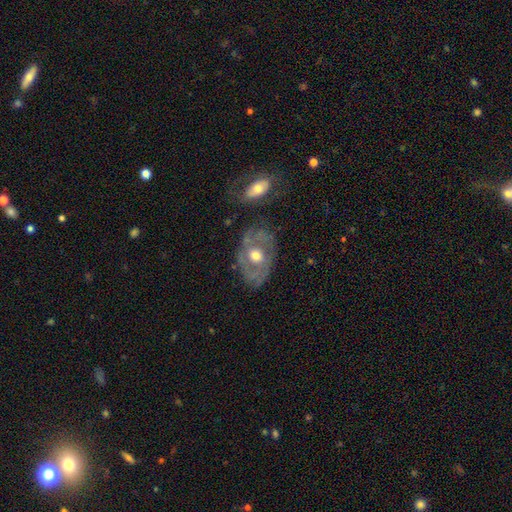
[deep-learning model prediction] smooth_or_featured: featured or disk (p=0.67) [alt: smooth p=0.26]
disk_edge_on: no (p=0.94) [alt: yes p=0.06]
bar: no (p=0.81) [alt: weak p=0.15]
has_spiral_arms: yes (p=0.51) [alt: no p=0.49]
bulge_size: moderate (p=0.74) [alt: large p=0.12]
merging: none (p=0.62) [alt: minor disturbance p=0.22]